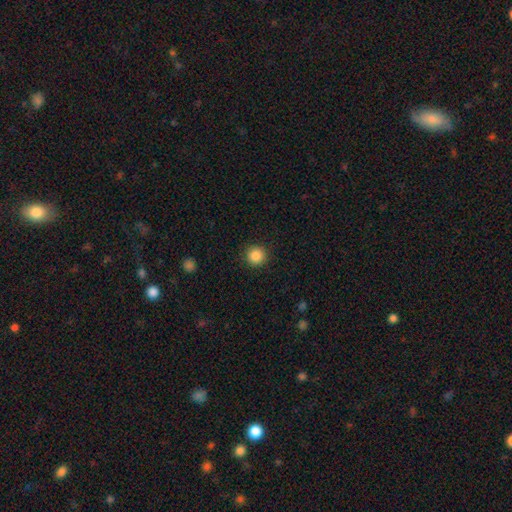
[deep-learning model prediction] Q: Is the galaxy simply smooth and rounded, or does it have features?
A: smooth — 86%.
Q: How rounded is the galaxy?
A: round — 95%.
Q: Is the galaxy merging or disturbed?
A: none — 92%.